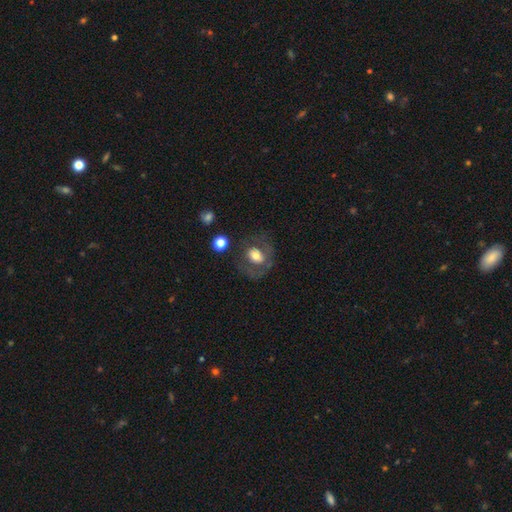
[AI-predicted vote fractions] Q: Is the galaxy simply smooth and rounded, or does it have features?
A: smooth — 55%.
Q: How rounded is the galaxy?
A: in between — 52%.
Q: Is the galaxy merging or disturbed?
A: none — 64%.